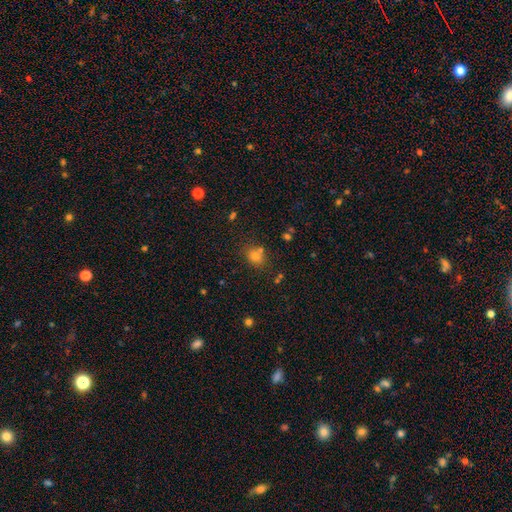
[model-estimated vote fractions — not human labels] Q: Smooth or featured?
A: smooth (74%); runner-up: star or artifact (17%)
Q: How rounded?
A: round (63%); runner-up: in between (36%)
Q: Merging?
A: none (64%); runner-up: merger (18%)